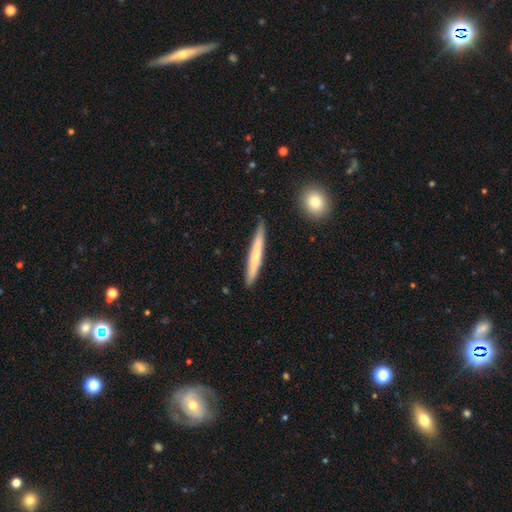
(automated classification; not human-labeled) Smooth or featured?
  - smooth: 56% *
  - featured or disk: 38%
  - star or artifact: 6%
How rounded?
  - cigar-shaped: 95% *
  - in between: 3%
  - round: 1%
Merging?
  - none: 87% *
  - minor disturbance: 10%
  - major disturbance: 2%
  - merger: 1%